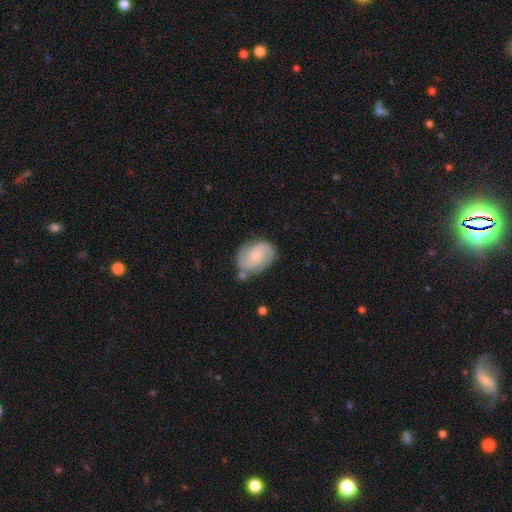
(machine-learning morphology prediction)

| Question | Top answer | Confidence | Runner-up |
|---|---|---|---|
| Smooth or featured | featured or disk | 80% | smooth (14%) |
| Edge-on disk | no | 98% | yes (2%) |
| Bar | no | 63% | weak (31%) |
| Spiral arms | yes | 97% | no (3%) |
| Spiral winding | medium | 46% | tight (41%) |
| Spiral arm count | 2 | 89% | can't tell (4%) |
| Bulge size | small | 57% | moderate (28%) |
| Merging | none | 74% | minor disturbance (16%) |